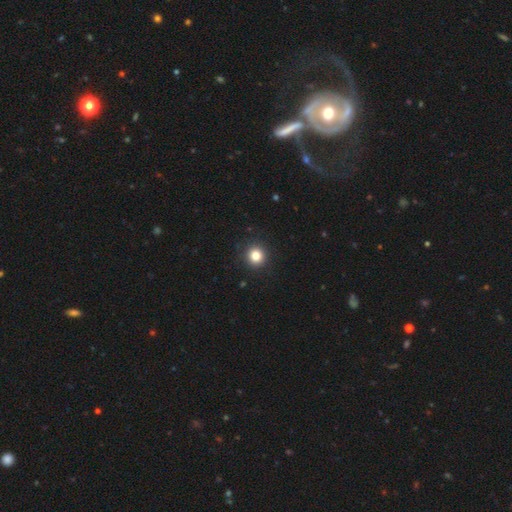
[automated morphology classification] smooth-or-featured: smooth: 83% | star or artifact: 12% | featured or disk: 5%
  how-rounded: round: 92% | in between: 7% | cigar-shaped: 1%
  merging: none: 92% | minor disturbance: 5% | major disturbance: 2% | merger: 1%